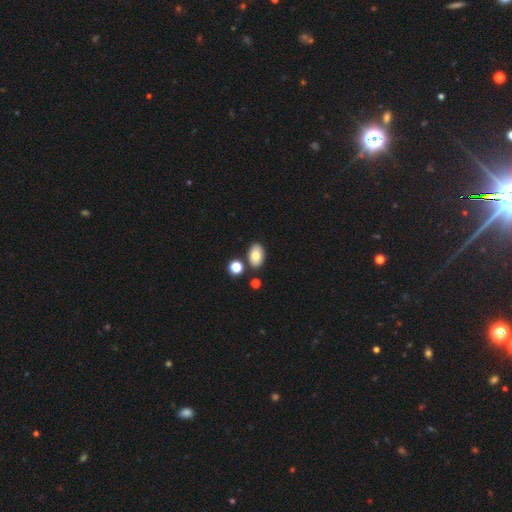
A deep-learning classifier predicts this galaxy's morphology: A smooth galaxy with no disk features (79%) that is in between round and cigar-shaped (89%).

Vote fractions:
- Smooth or featured? smooth: 79% / featured or disk: 12% / star or artifact: 9%
- How rounded? in between: 89% / round: 9% / cigar-shaped: 1%
- Merging? none: 81% / minor disturbance: 10% / merger: 7% / major disturbance: 2%